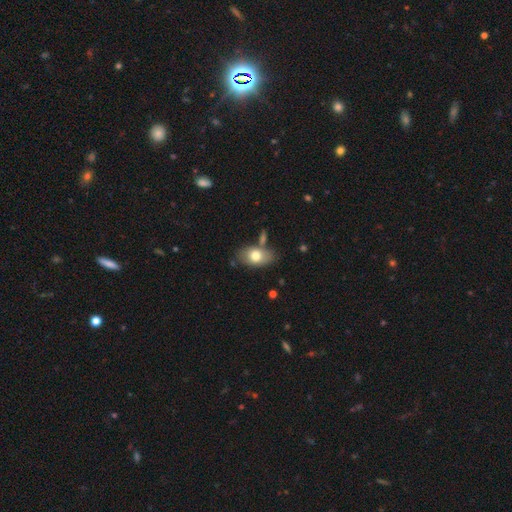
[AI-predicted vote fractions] smooth_or_featured: smooth (p=0.75) [alt: featured or disk p=0.18]
how_rounded: in between (p=0.89) [alt: round p=0.09]
merging: none (p=0.69) [alt: minor disturbance p=0.15]